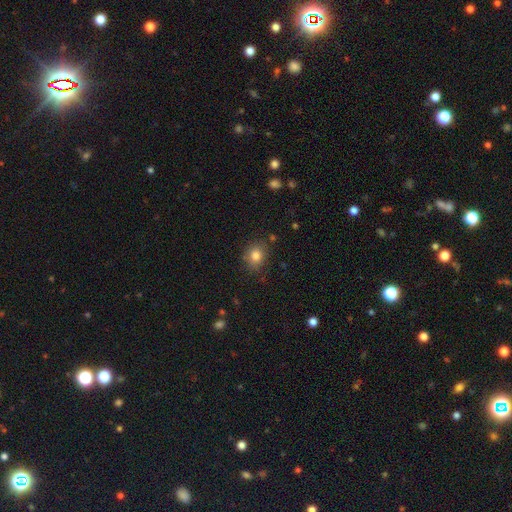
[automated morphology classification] smooth-or-featured: smooth: 81% | star or artifact: 11% | featured or disk: 7%
  how-rounded: round: 62% | in between: 37% | cigar-shaped: 1%
  merging: none: 83% | minor disturbance: 12% | major disturbance: 3% | merger: 2%